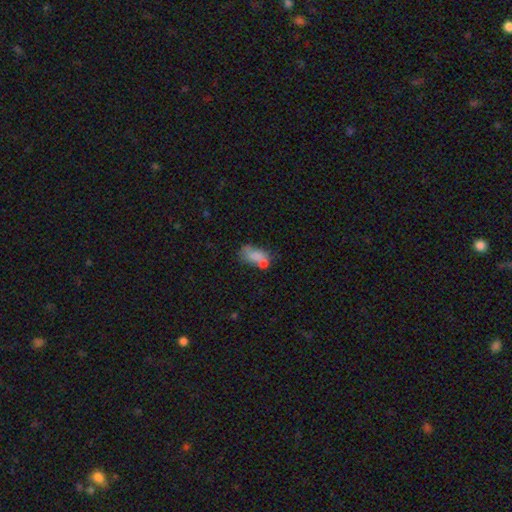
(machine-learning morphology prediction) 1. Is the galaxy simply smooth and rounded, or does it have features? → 65% smooth, 24% featured or disk, 11% star or artifact.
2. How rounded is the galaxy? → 87% in between, 9% round, 4% cigar-shaped.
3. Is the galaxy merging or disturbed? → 35% merger, 31% none, 20% minor disturbance, 15% major disturbance.